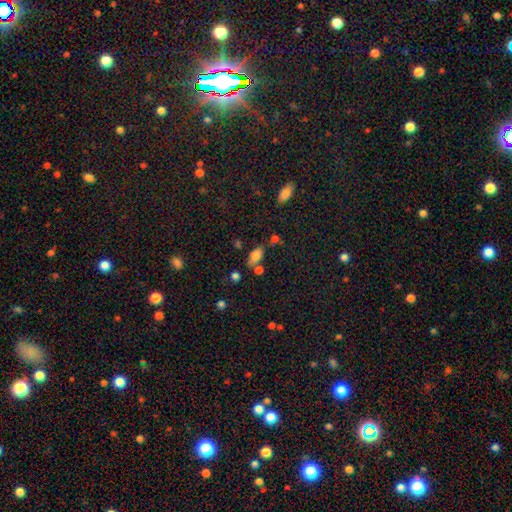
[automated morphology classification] Q: Smooth or featured?
A: smooth (77%); runner-up: featured or disk (12%)
Q: How rounded?
A: in between (85%); runner-up: cigar-shaped (10%)
Q: Merging?
A: none (62%); runner-up: minor disturbance (17%)